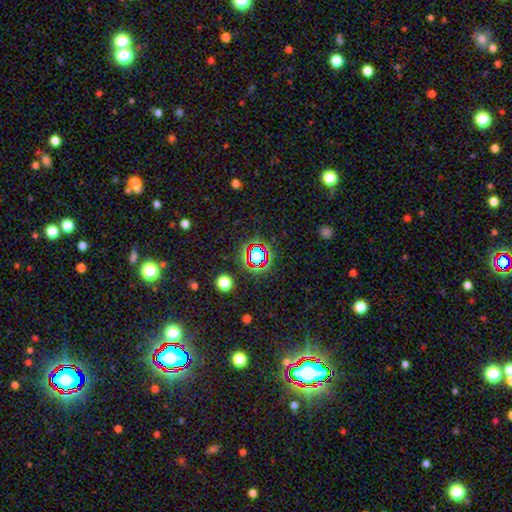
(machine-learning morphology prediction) Smooth or featured: star or artifact — 64% (smooth — 25%)